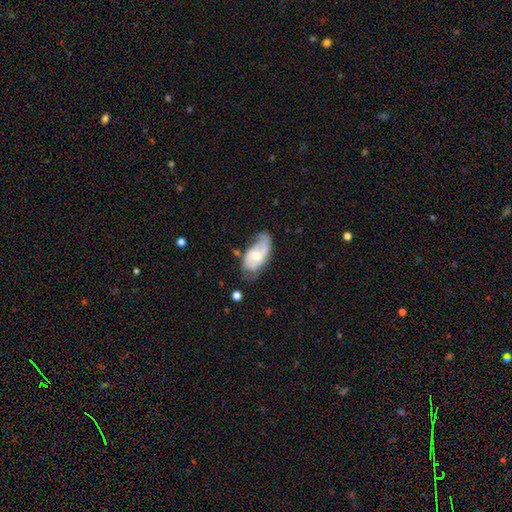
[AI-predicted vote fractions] This appears to be a featured or disk galaxy (67%) with no bar (61%), 2 (63%) medium (42%) spiral arms (83%) and a moderate central bulge (60%). Merging: none (52%).